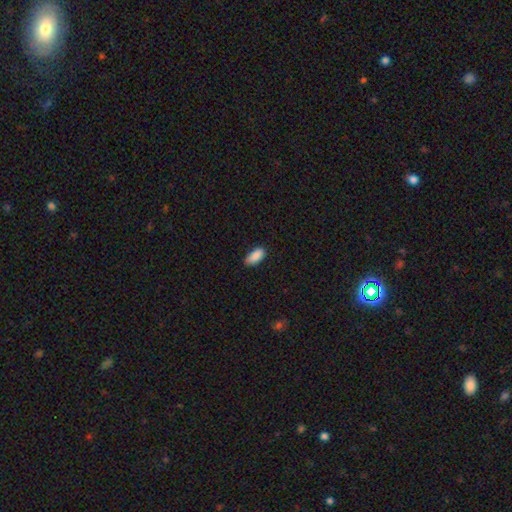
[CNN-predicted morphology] Smooth or featured?
  - smooth: 89% *
  - star or artifact: 7%
  - featured or disk: 4%
How rounded?
  - in between: 90% *
  - cigar-shaped: 8%
  - round: 2%
Merging?
  - none: 81% *
  - minor disturbance: 16%
  - major disturbance: 2%
  - merger: 1%